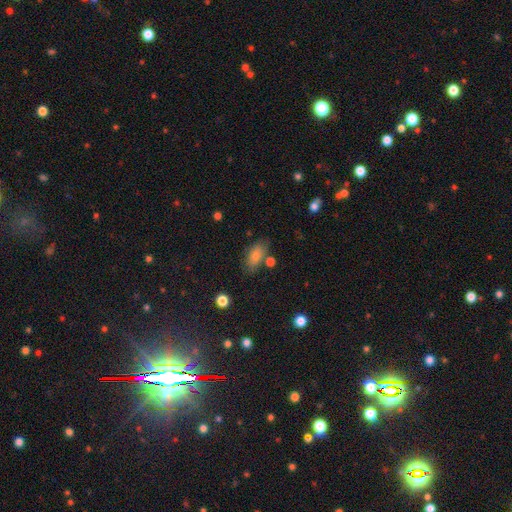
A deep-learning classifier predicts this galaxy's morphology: The model was most divided on "merging": none: 69%, minor disturbance: 17%, merger: 9%, major disturbance: 5%. More confident: how rounded — in between (88%); smooth or featured — smooth (79%).